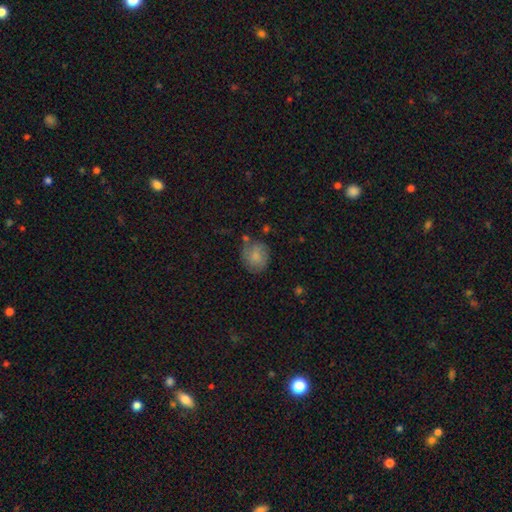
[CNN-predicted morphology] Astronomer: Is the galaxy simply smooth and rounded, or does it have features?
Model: smooth — 74%.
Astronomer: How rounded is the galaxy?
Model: round — 75%.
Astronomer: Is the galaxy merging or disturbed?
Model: none — 61%.